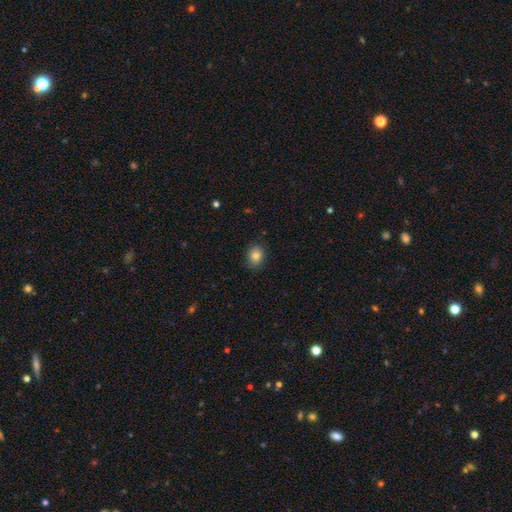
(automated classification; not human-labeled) This is clearly a smooth galaxy (82%). How rounded: possibly round (50%). Merging: clearly none (87%).